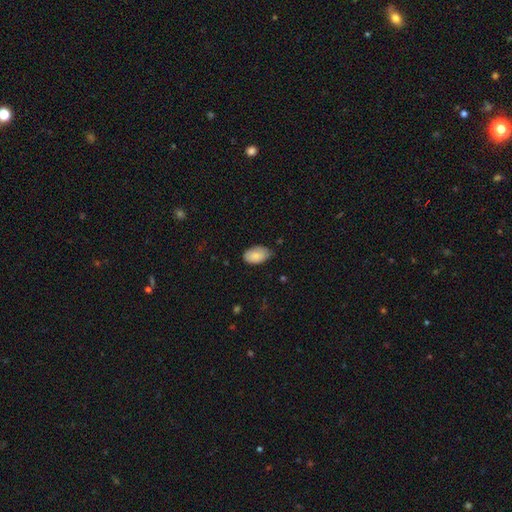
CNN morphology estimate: smooth-or-featured: smooth: 82% | featured or disk: 12% | star or artifact: 7%
  how-rounded: in between: 92% | round: 6% | cigar-shaped: 1%
  merging: none: 62% | minor disturbance: 33% | major disturbance: 4% | merger: 1%